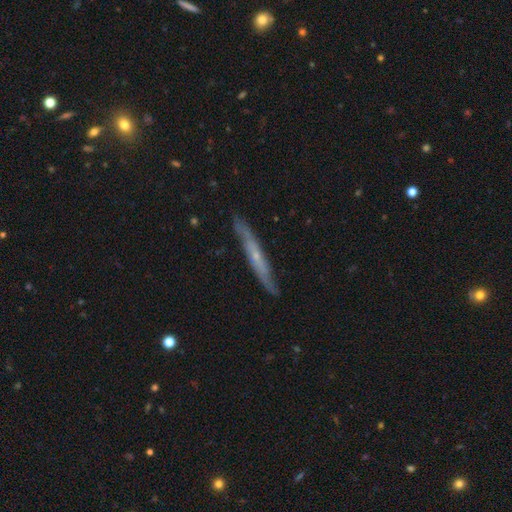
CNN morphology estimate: Q: Smooth or featured?
A: featured or disk (65%); runner-up: smooth (28%)
Q: Edge-on disk?
A: yes (84%); runner-up: no (16%)
Q: Edge-on bulge?
A: none (53%); runner-up: rounded (42%)
Q: Merging?
A: none (82%); runner-up: minor disturbance (14%)